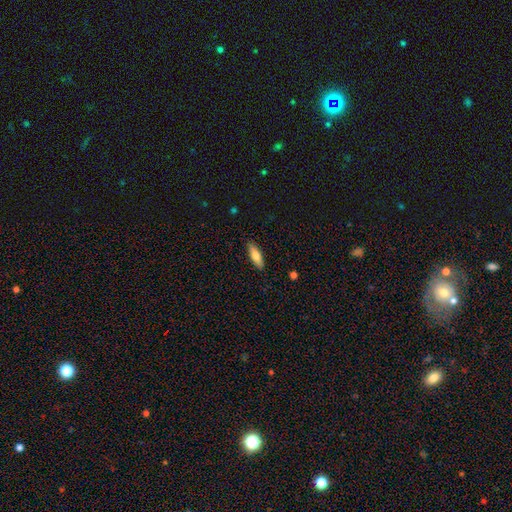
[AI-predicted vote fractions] Q: Smooth or featured?
A: smooth (74%); runner-up: featured or disk (20%)
Q: How rounded?
A: in between (50%); runner-up: cigar-shaped (48%)
Q: Merging?
A: none (88%); runner-up: minor disturbance (9%)